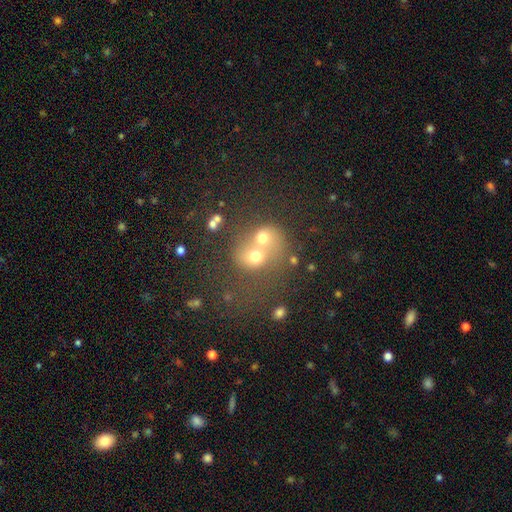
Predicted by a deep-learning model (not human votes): Smooth or featured?
  - smooth: 54% *
  - featured or disk: 28%
  - star or artifact: 18%
How rounded?
  - round: 69% *
  - in between: 29%
  - cigar-shaped: 1%
Merging?
  - merger: 67% *
  - none: 21%
  - major disturbance: 6%
  - minor disturbance: 6%